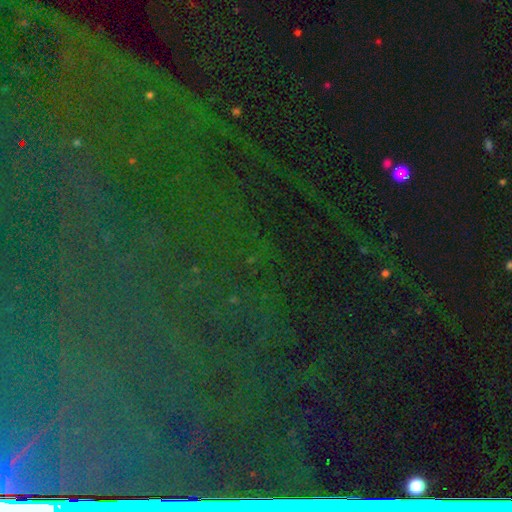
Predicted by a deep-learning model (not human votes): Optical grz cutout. It shows a star or artifact, not a galaxy (82%).